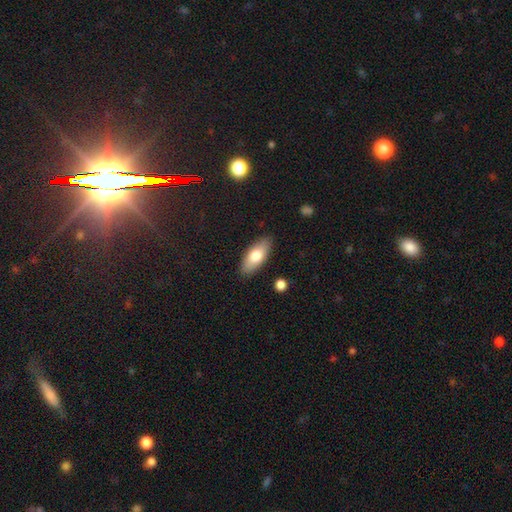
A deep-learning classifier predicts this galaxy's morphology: Smooth or featured: smooth — 74% (featured or disk — 20%)
How rounded: in between — 79% (cigar-shaped — 18%)
Merging: none — 87% (minor disturbance — 9%)